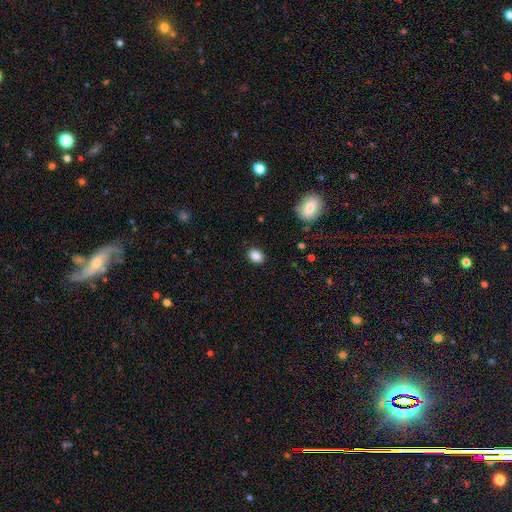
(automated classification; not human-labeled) smooth_or_featured: smooth (p=0.87) [alt: star or artifact p=0.09]
how_rounded: in between (p=0.65) [alt: round p=0.34]
merging: none (p=0.89) [alt: minor disturbance p=0.08]